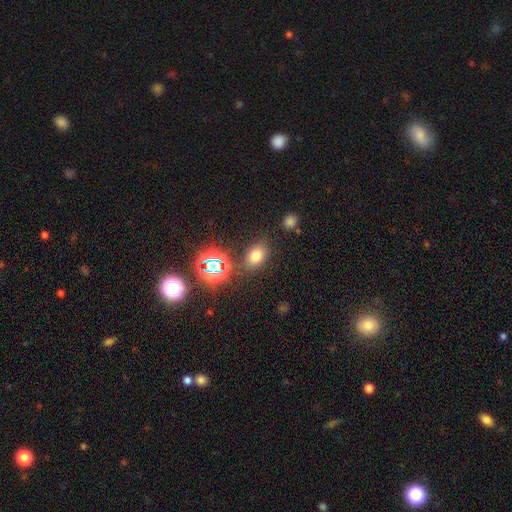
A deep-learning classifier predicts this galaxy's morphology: Smooth or featured: smooth — 68% (star or artifact — 23%)
How rounded: in between — 67% (round — 31%)
Merging: none — 78% (minor disturbance — 12%)